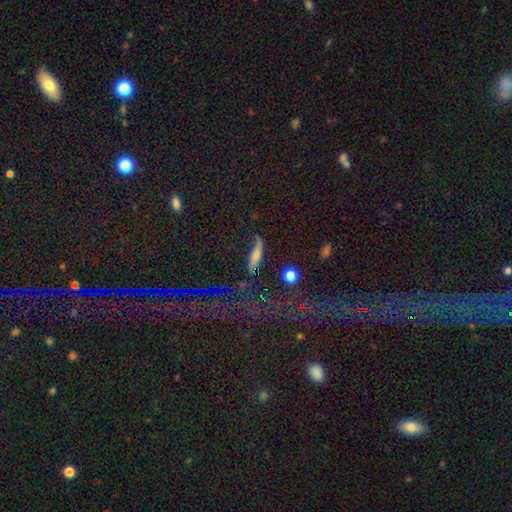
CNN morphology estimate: A smooth galaxy with no disk features (55%) that is cigar-shaped (79%).

Vote fractions:
- Smooth or featured? smooth: 55% / featured or disk: 32% / star or artifact: 12%
- How rounded? cigar-shaped: 79% / in between: 17% / round: 4%
- Merging? none: 59% / minor disturbance: 25% / major disturbance: 11% / merger: 5%